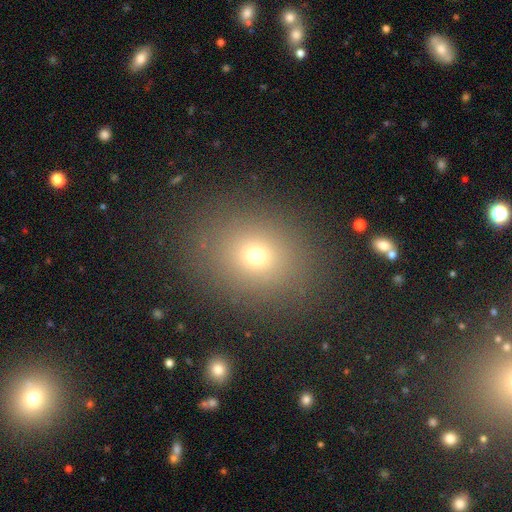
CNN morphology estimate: smooth-or-featured: smooth: 70% | star or artifact: 20% | featured or disk: 10%
  how-rounded: round: 60% | in between: 38% | cigar-shaped: 1%
  merging: none: 87% | minor disturbance: 8% | major disturbance: 4% | merger: 2%